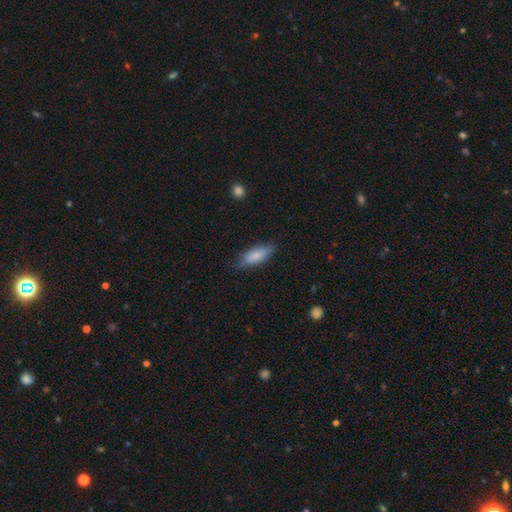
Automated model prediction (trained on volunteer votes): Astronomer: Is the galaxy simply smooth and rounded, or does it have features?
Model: smooth — 79%.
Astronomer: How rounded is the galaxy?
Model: in between — 67%.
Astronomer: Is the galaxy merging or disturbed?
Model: none — 76%.